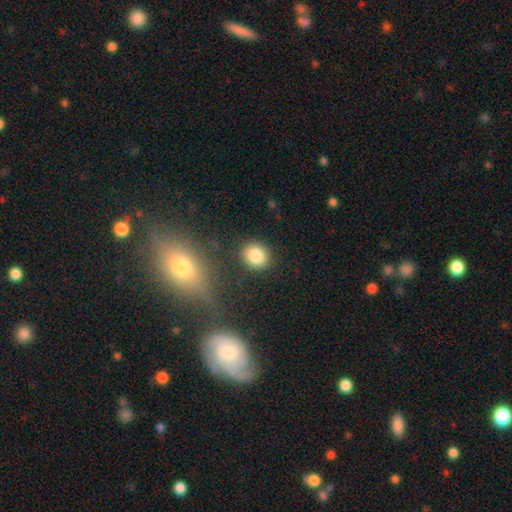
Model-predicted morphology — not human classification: Smooth or featured? smooth (85%)
How rounded? round (74%)
Merging? none (86%)